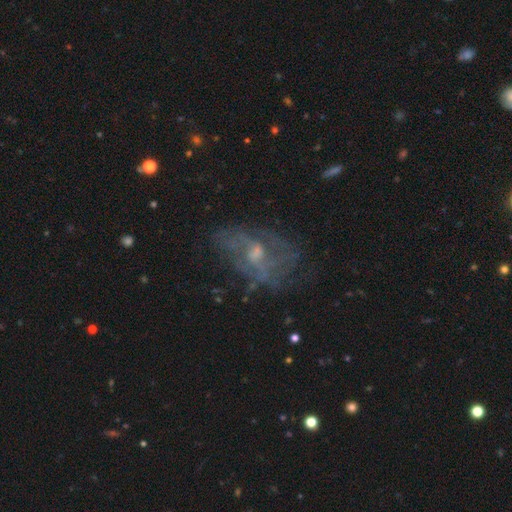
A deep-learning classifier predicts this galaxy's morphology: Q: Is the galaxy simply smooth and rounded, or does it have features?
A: featured or disk — 59%.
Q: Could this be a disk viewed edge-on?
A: no — 95%.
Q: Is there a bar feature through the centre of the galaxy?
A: no — 68%.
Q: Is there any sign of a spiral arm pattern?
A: no — 58%.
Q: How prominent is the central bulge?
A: small — 44%.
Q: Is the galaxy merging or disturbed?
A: none — 53%.